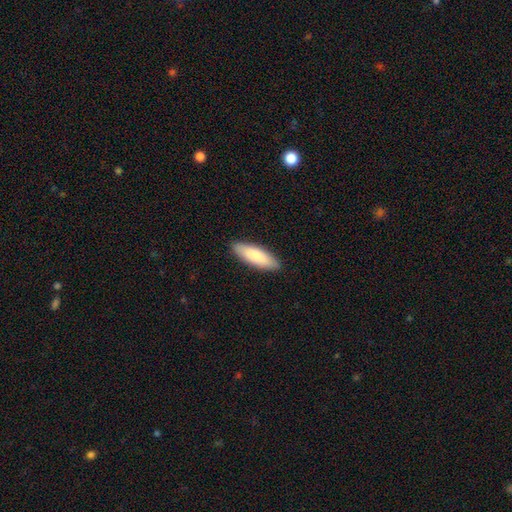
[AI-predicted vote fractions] Smooth or featured?
  - smooth: 85% *
  - featured or disk: 10%
  - star or artifact: 5%
How rounded?
  - in between: 50% *
  - cigar-shaped: 49%
  - round: 1%
Merging?
  - none: 89% *
  - minor disturbance: 8%
  - major disturbance: 2%
  - merger: 1%